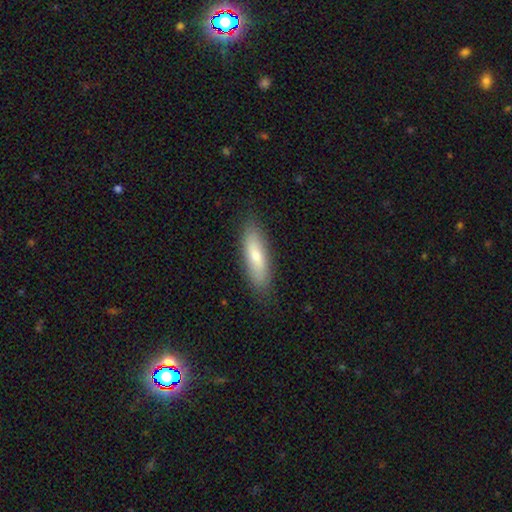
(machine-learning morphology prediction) A smooth galaxy with no disk features (69%) that is cigar-shaped (56%). Merging: none (85%).